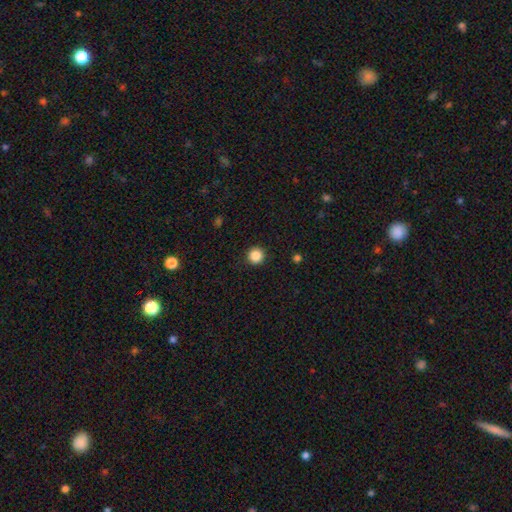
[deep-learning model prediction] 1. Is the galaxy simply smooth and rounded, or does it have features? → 86% smooth, 10% star or artifact, 3% featured or disk.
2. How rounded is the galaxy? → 96% round, 3% in between, 1% cigar-shaped.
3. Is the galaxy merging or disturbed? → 93% none, 5% minor disturbance, 2% major disturbance, 1% merger.